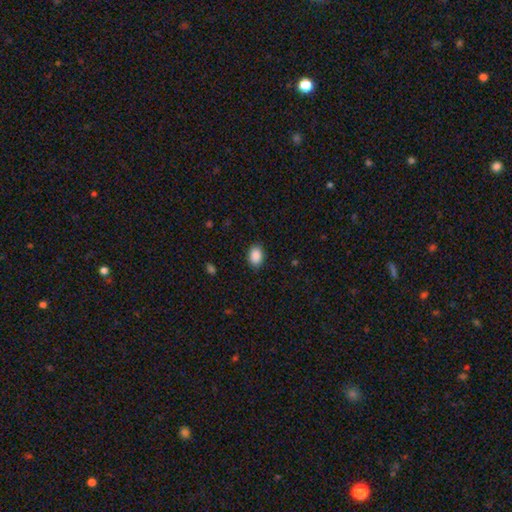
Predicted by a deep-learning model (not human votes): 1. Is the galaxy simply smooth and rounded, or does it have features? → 90% smooth, 8% star or artifact, 3% featured or disk.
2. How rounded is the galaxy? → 77% in between, 22% round, 1% cigar-shaped.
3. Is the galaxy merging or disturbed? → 87% none, 9% minor disturbance, 2% major disturbance, 1% merger.